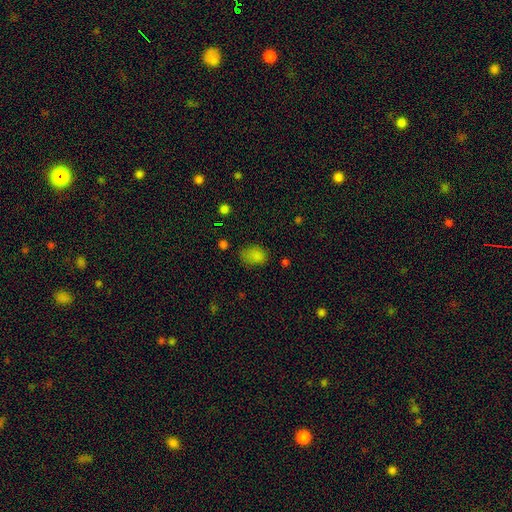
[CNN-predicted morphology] This is likely a smooth galaxy (79%). How rounded: likely in between (73%). Merging: likely none (62%).